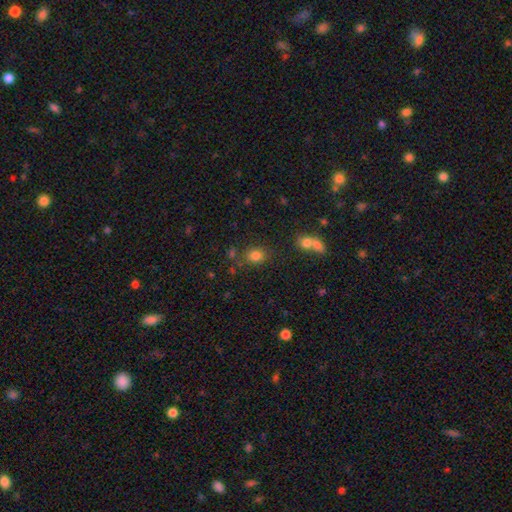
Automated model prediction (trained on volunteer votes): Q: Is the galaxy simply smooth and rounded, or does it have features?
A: smooth — 81%.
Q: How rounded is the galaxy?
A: round — 59%.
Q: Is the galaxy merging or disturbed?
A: none — 74%.